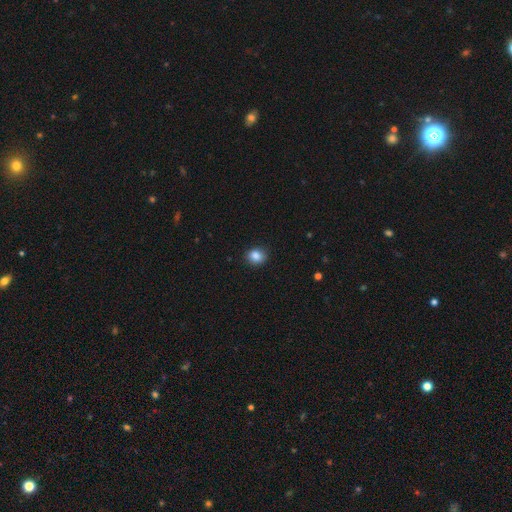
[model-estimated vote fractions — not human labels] Smooth or featured? Predicted: smooth (p=0.86). How rounded? Predicted: round (p=0.65). Merging? Predicted: none (p=0.86).